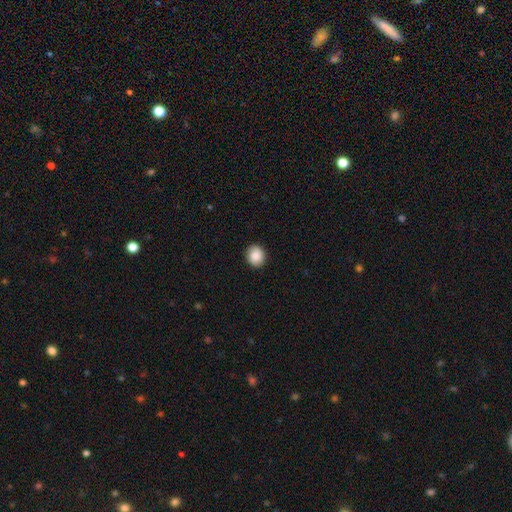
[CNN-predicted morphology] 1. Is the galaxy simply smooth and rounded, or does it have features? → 88% smooth, 8% star or artifact, 4% featured or disk.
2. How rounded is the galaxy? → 79% round, 20% in between, 1% cigar-shaped.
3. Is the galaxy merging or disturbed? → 91% none, 7% minor disturbance, 2% major disturbance, 1% merger.